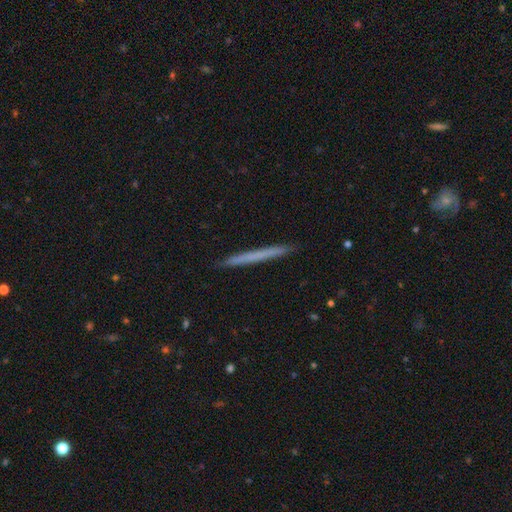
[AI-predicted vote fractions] smooth_or_featured: smooth (p=0.58) [alt: featured or disk p=0.36]
how_rounded: cigar-shaped (p=0.97) [alt: in between p=0.01]
merging: none (p=0.92) [alt: minor disturbance p=0.06]